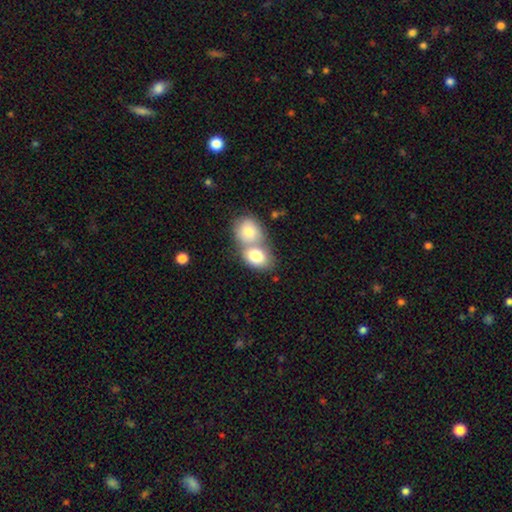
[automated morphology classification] type=smooth (78%); roundness=in between (68%); merging=merger (66%).